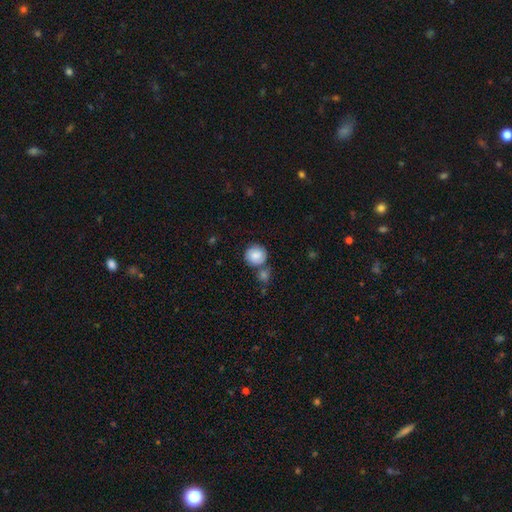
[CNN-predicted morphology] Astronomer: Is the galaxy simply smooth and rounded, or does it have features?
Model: smooth — 83%.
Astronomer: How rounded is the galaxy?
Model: round — 91%.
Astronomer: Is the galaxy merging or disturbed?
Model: none — 62%.